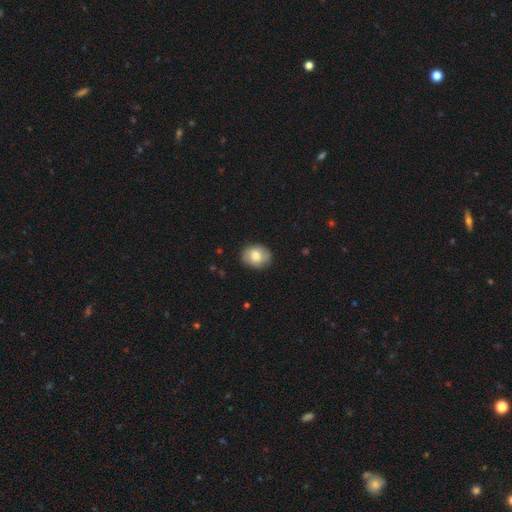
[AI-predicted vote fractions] smooth-or-featured: smooth: 67% | featured or disk: 26% | star or artifact: 7%
  how-rounded: round: 55% | in between: 44% | cigar-shaped: 1%
  merging: none: 83% | minor disturbance: 13% | major disturbance: 3% | merger: 1%